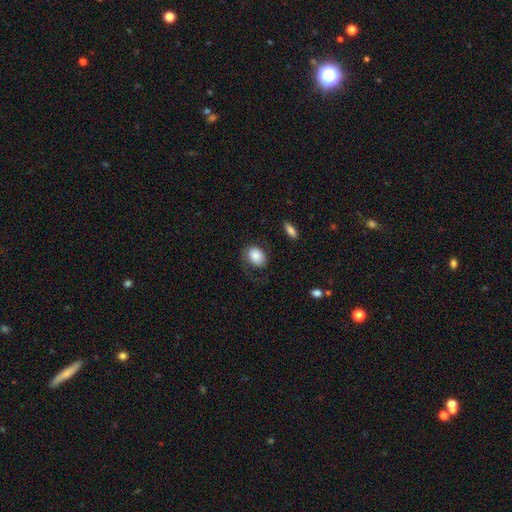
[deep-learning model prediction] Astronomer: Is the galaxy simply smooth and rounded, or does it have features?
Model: smooth — 83%.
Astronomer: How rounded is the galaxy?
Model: in between — 72%.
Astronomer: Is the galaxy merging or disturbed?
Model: none — 56%.